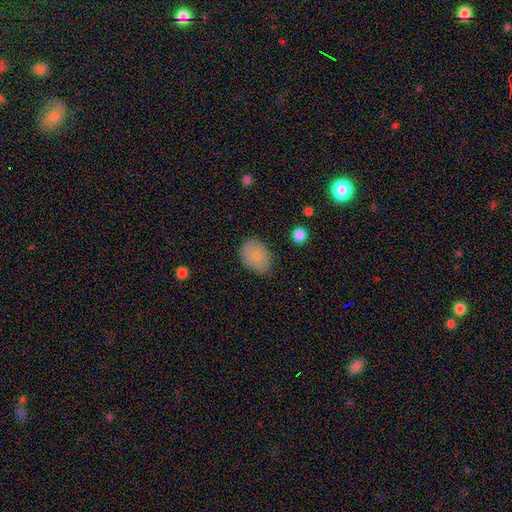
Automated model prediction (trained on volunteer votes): This is likely a smooth galaxy (77%). How rounded: likely in between (70%). Merging: likely none (76%).